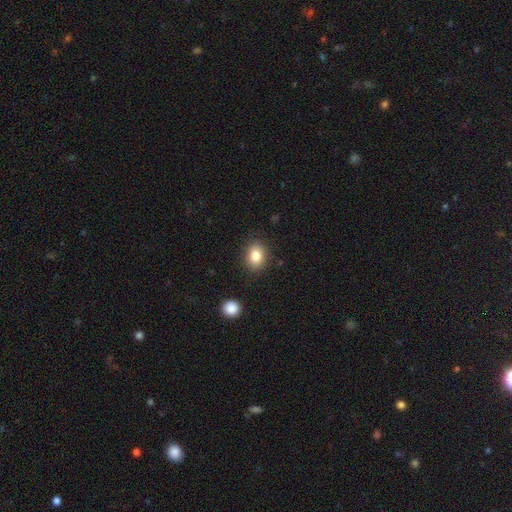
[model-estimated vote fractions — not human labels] The model was most divided on "how rounded": in between: 56%, round: 43%, cigar-shaped: 1%. More confident: merging — none (87%); smooth or featured — smooth (83%).